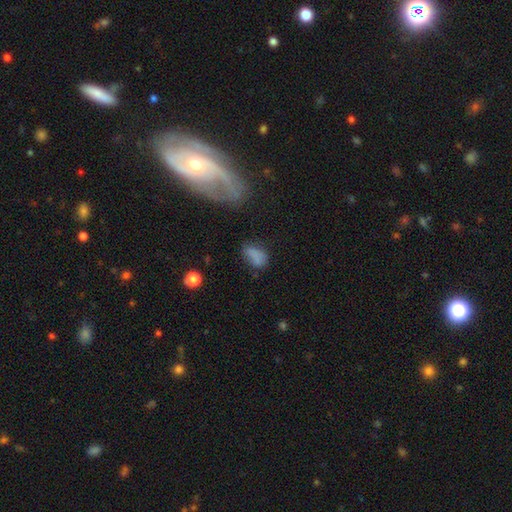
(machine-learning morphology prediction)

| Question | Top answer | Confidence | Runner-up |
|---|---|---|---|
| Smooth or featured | smooth | 77% | star or artifact (13%) |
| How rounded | in between | 88% | round (9%) |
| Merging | none | 52% | minor disturbance (28%) |